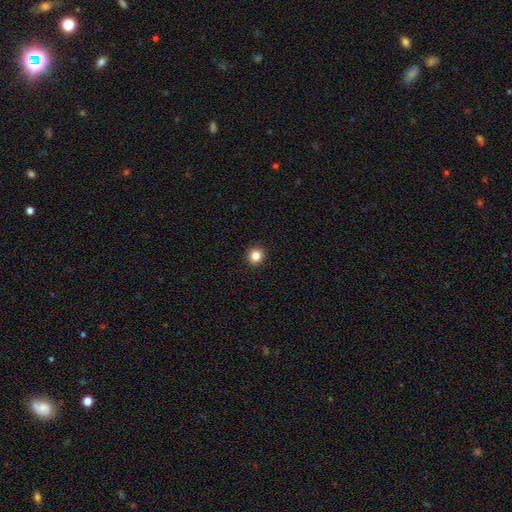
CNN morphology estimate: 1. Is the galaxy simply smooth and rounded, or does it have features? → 84% smooth, 11% star or artifact, 5% featured or disk.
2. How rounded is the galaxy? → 93% round, 6% in between, 1% cigar-shaped.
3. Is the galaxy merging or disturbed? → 94% none, 4% minor disturbance, 1% major disturbance, 1% merger.